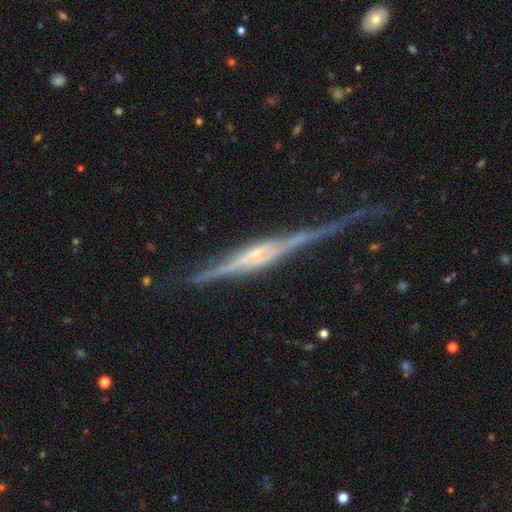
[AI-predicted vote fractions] This is clearly a featured or disk galaxy (87%). It is clearly viewed edge-on (97%). Edge-on bulge: possibly boxy (46%). Merging: likely none (71%).